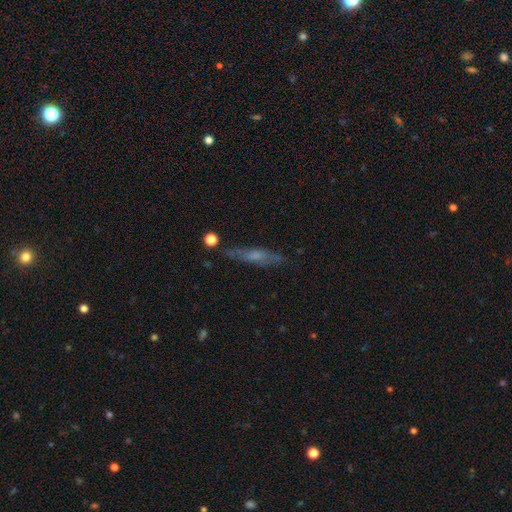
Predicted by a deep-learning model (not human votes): smooth-or-featured: featured or disk: 50% | smooth: 40% | star or artifact: 10%
  merging: none: 78% | minor disturbance: 15% | major disturbance: 4% | merger: 3%